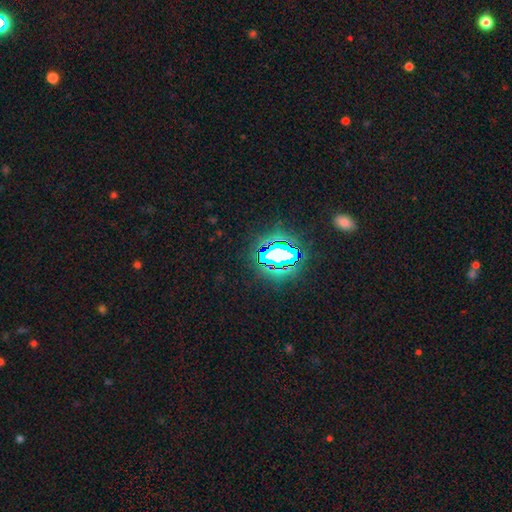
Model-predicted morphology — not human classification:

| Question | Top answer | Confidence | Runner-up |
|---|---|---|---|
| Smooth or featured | star or artifact | 83% | smooth (11%) |